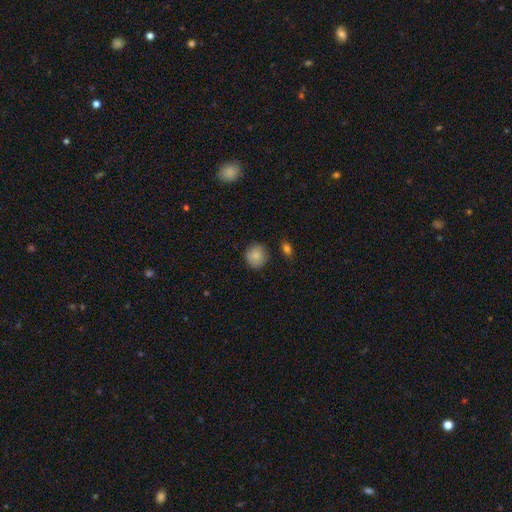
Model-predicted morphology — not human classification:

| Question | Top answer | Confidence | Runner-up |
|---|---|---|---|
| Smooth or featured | smooth | 86% | star or artifact (8%) |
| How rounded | round | 89% | in between (10%) |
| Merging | none | 83% | minor disturbance (12%) |